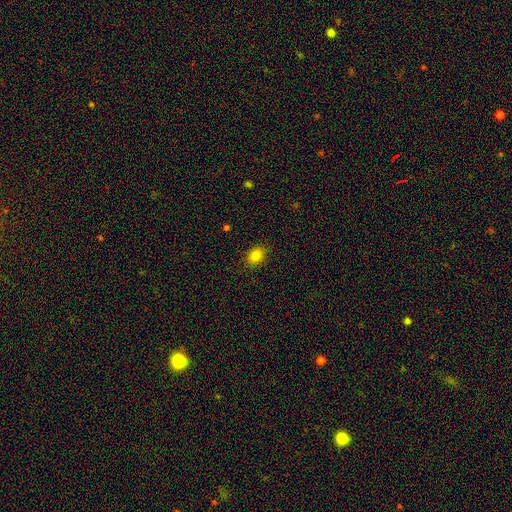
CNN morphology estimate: The model was most divided on "how rounded": in between: 58%, round: 41%, cigar-shaped: 1%. More confident: merging — none (87%); smooth or featured — smooth (83%).